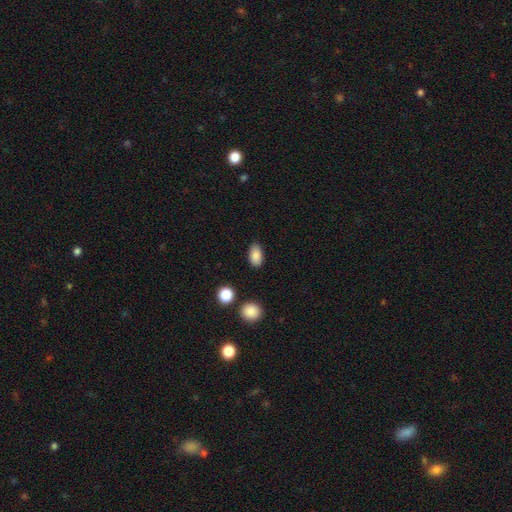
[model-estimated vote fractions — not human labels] smooth 86%, star or artifact 8%, featured or disk 5%. Down the decision tree: how rounded — in between (91%); merging — none (85%).